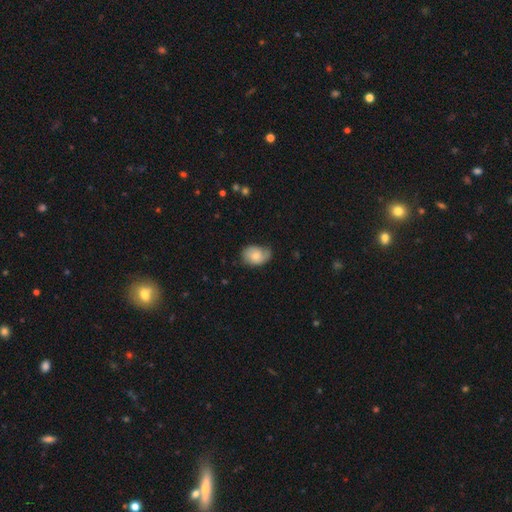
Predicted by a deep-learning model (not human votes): This appears to be a smooth galaxy with no disk features (65%) that is in between round and cigar-shaped (74%). Merging: none (56%).